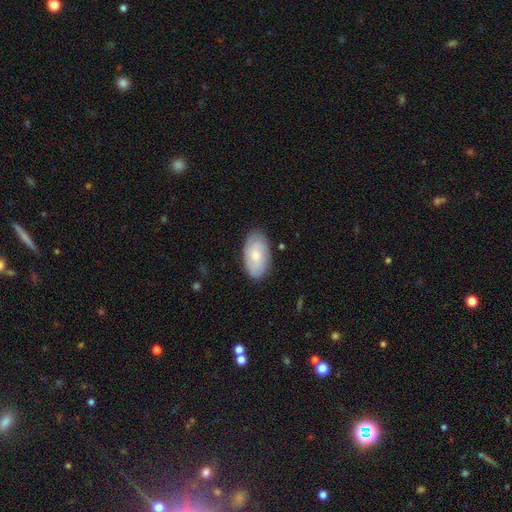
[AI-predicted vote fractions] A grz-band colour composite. It shows a smooth galaxy with no disk features (55%) that is in between round and cigar-shaped (94%). Merging: none (81%).